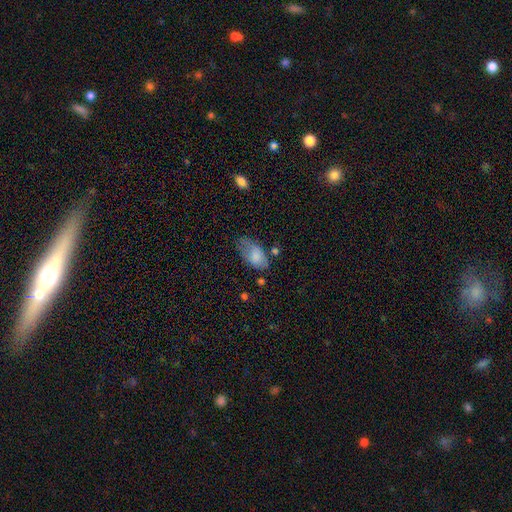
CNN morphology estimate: This is likely a smooth galaxy (77%). How rounded: clearly in between (93%). Merging: marginally none (39%).